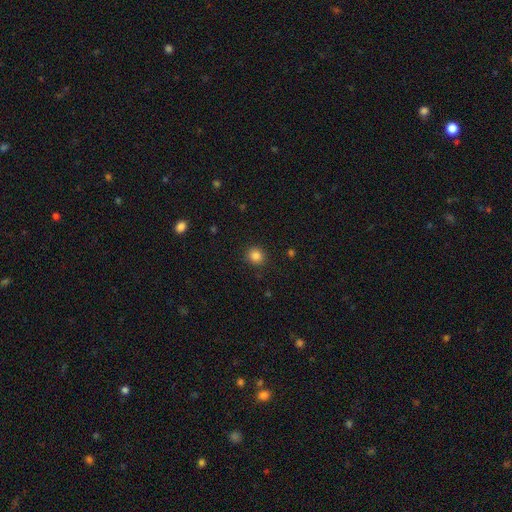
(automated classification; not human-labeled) Smooth or featured? smooth (85%)
How rounded? round (88%)
Merging? none (90%)